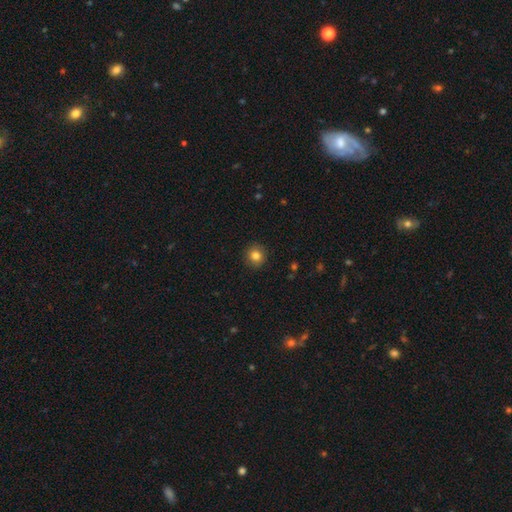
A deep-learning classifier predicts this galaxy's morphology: smooth 83%, star or artifact 11%, featured or disk 7%. Down the decision tree: how rounded — round (91%); merging — none (92%).